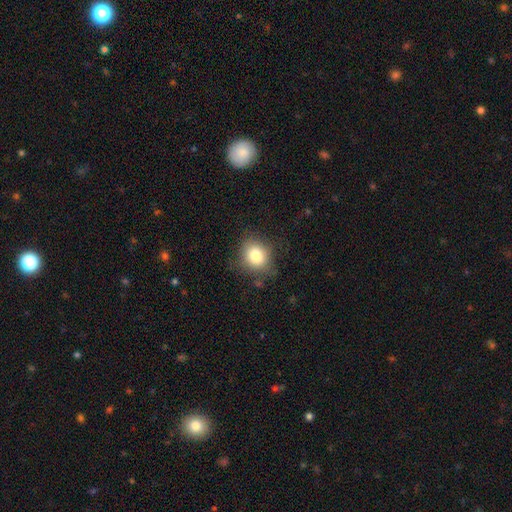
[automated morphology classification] Smooth or featured? smooth (80%)
How rounded? round (72%)
Merging? none (80%)